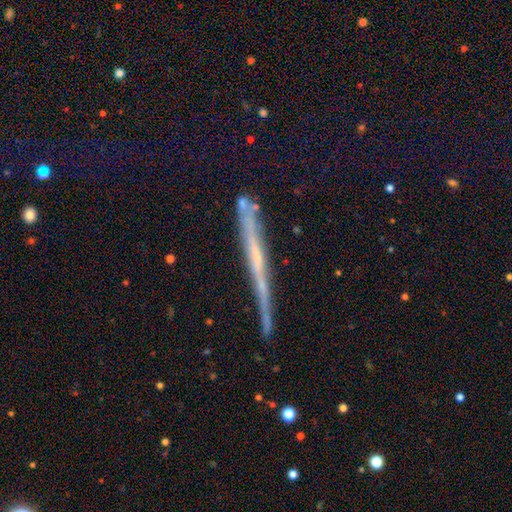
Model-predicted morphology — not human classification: smooth_or_featured: featured or disk (p=0.56) [alt: smooth p=0.27]
disk_edge_on: yes (p=0.90) [alt: no p=0.10]
edge_on_bulge: none (p=0.77) [alt: rounded p=0.15]
merging: none (p=0.71) [alt: minor disturbance p=0.19]